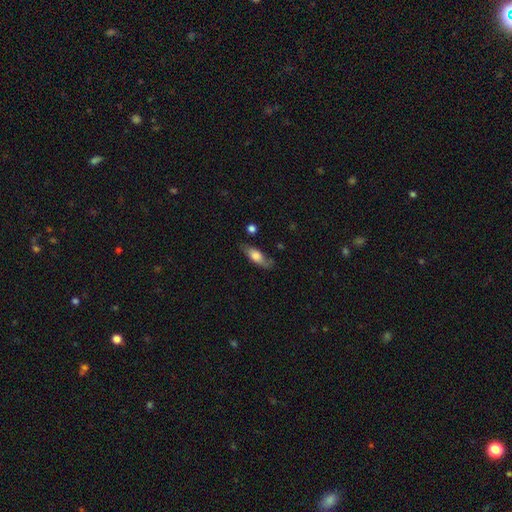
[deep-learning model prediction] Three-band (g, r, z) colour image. It shows a smooth galaxy with no disk features (63%) that is in between round and cigar-shaped (71%). Merging: none (62%).